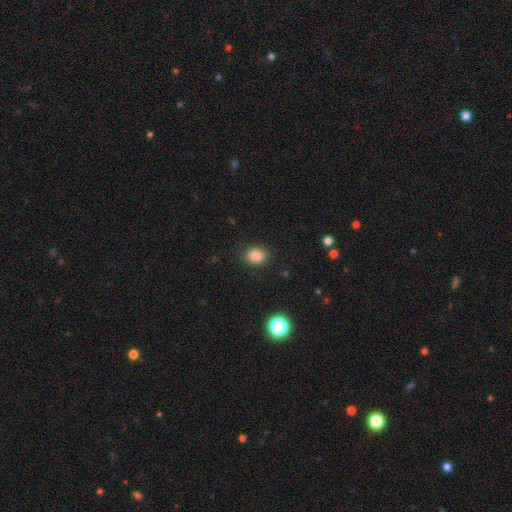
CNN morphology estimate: This is clearly a smooth galaxy (85%). How rounded: possibly round (54%). Merging: clearly none (87%).